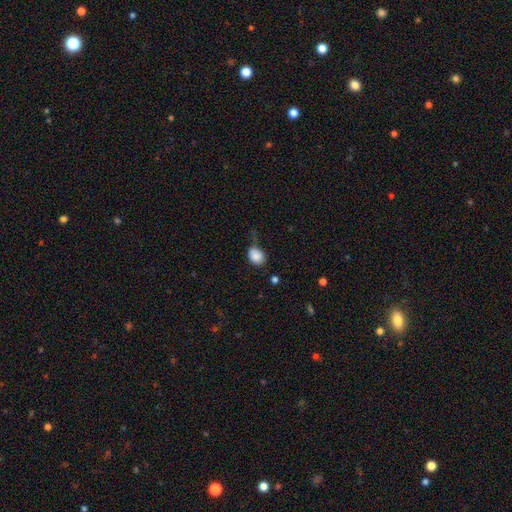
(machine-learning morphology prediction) smooth_or_featured: smooth (p=0.86) [alt: star or artifact p=0.08]
how_rounded: in between (p=0.51) [alt: round p=0.48]
merging: none (p=0.50) [alt: minor disturbance p=0.32]